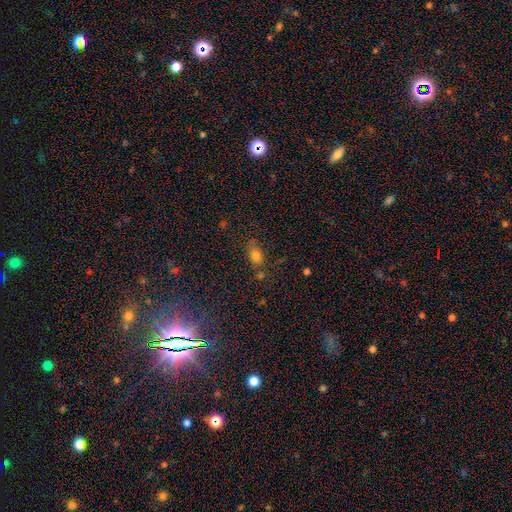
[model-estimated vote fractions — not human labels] Smooth or featured? smooth (76%)
How rounded? in between (70%)
Merging? none (60%)